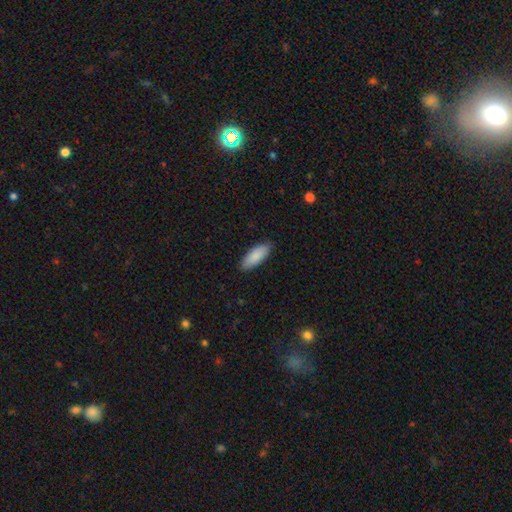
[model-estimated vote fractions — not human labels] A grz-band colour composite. It shows a smooth galaxy with no disk features (88%) that is in between round and cigar-shaped (79%). Merging: none (87%).